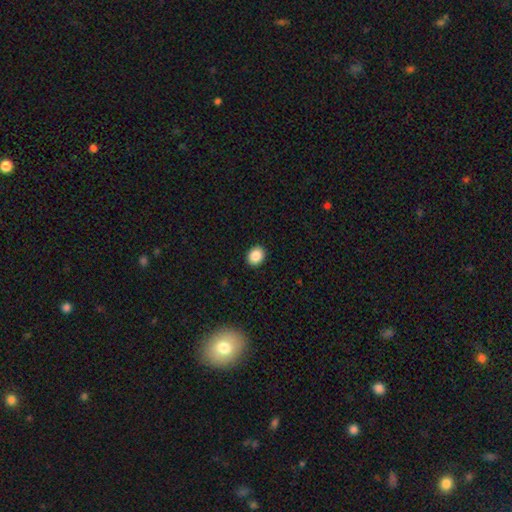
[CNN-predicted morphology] Smooth or featured: smooth — 88% (star or artifact — 8%)
How rounded: round — 50% (in between — 49%)
Merging: none — 91% (minor disturbance — 6%)